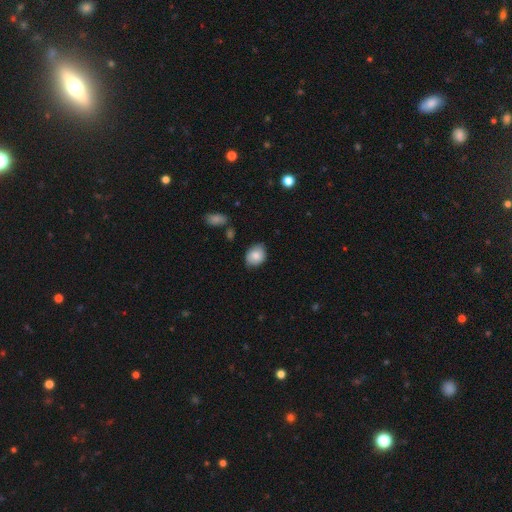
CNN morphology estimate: A smooth galaxy with no disk features (81%) that is in between round and cigar-shaped (55%). Merging: none (76%).